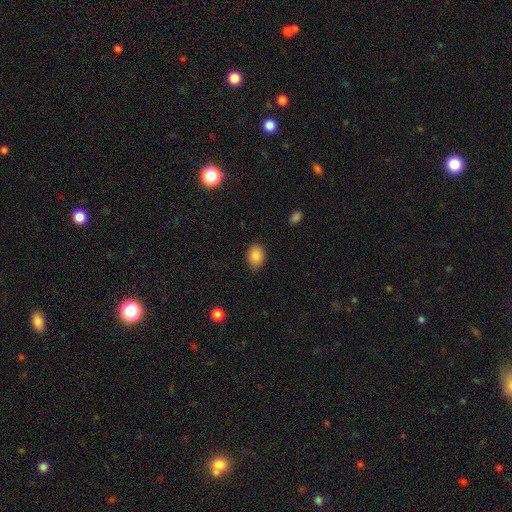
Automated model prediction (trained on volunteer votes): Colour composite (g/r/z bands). It shows a smooth galaxy with no disk features (86%) that is in between round and cigar-shaped (73%). Merging: none (81%).